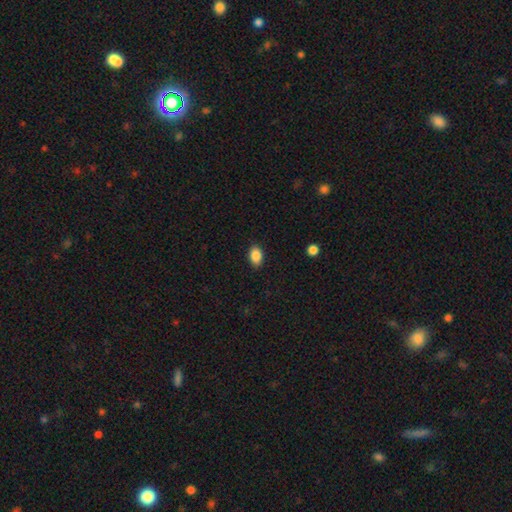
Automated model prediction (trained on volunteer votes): Smooth or featured: smooth — 88% (star or artifact — 8%)
How rounded: in between — 84% (round — 14%)
Merging: none — 88% (minor disturbance — 9%)